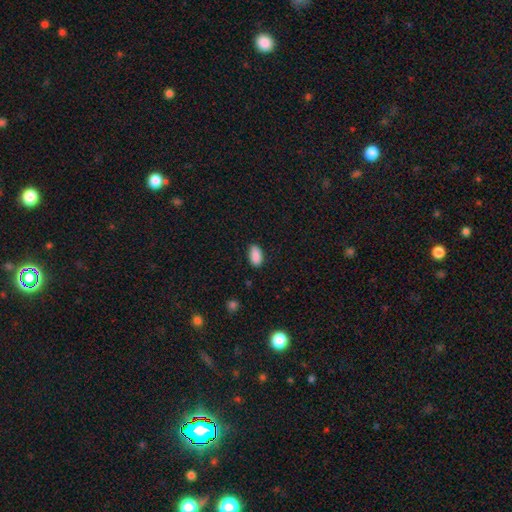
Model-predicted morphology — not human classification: Overall: smooth (89%). How rounded: in between (93%). Merging: none (85%).